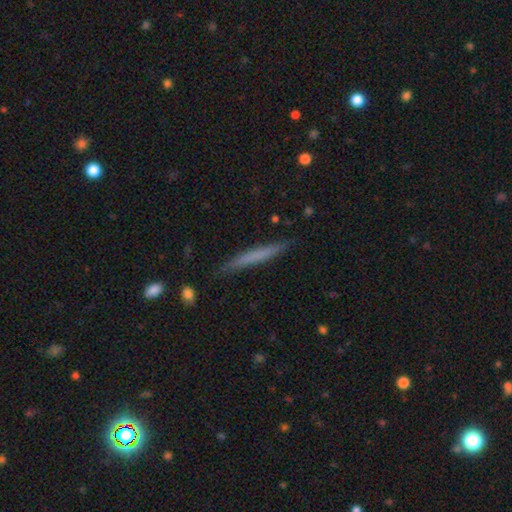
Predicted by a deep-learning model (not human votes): Smooth or featured? smooth (61%)
How rounded? cigar-shaped (96%)
Merging? none (87%)